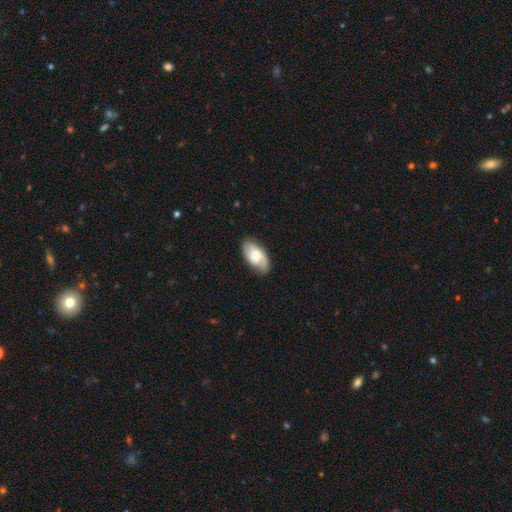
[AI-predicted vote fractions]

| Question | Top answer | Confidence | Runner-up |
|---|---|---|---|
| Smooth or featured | featured or disk | 52% | smooth (42%) |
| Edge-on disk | no | 92% | yes (8%) |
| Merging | none | 81% | minor disturbance (15%) |